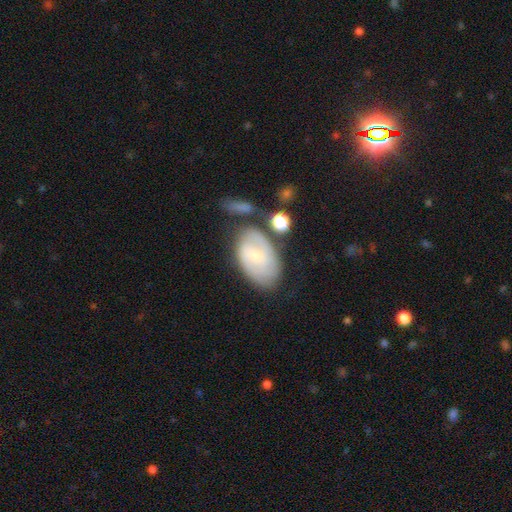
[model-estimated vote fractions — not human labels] A featured or disk galaxy (53%) with no bar (47%), spiral arms (77%) and a small central bulge (68%). Merging: none (56%).